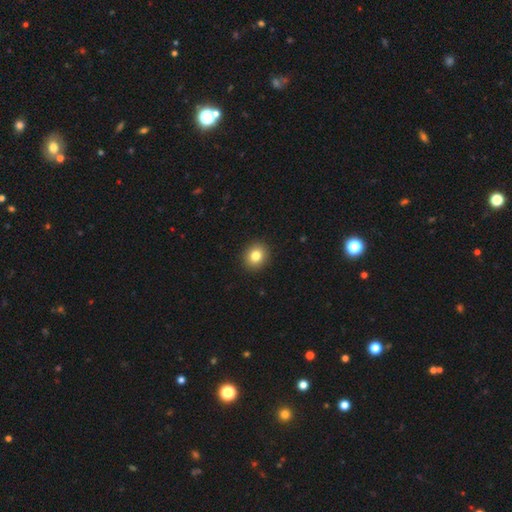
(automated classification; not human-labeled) Smooth or featured: smooth — 83% (star or artifact — 10%)
How rounded: round — 76% (in between — 23%)
Merging: none — 92% (minor disturbance — 5%)